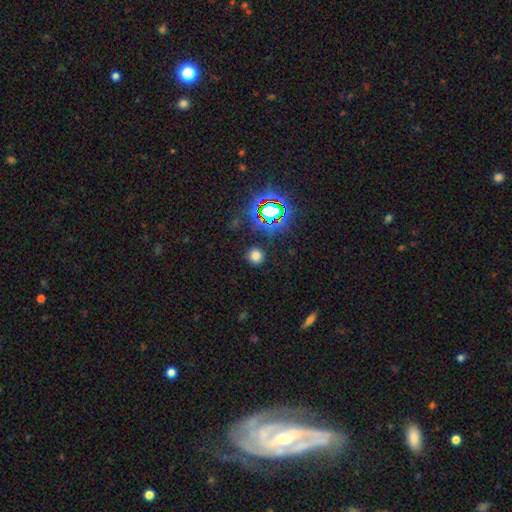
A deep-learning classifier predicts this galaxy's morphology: smooth 72%, star or artifact 22%, featured or disk 6%. Down the decision tree: how rounded — round (91%); merging — none (88%).